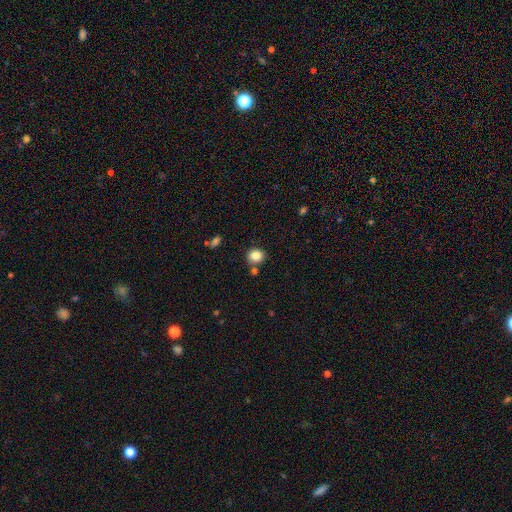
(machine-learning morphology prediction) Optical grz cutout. It shows a smooth galaxy with no disk features (84%) that is round (82%). Merging: none (78%).